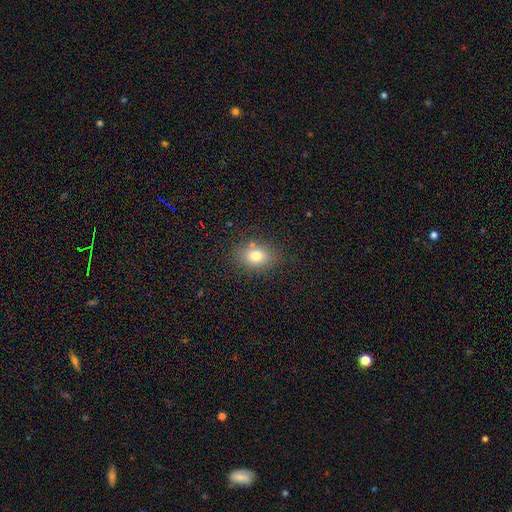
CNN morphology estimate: type=smooth (78%); roundness=in between (65%); merging=none (81%).